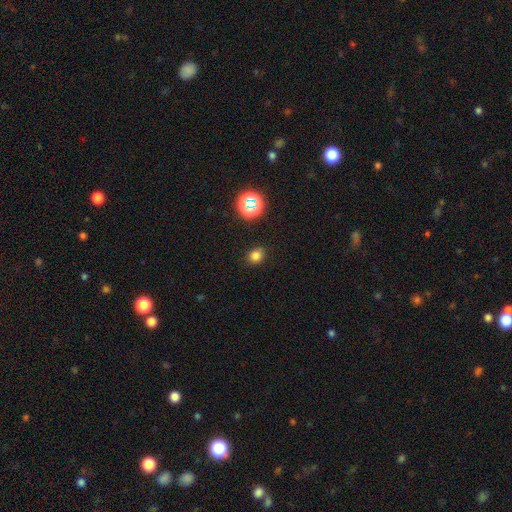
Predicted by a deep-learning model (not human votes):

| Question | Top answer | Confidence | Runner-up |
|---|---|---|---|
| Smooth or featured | smooth | 78% | star or artifact (17%) |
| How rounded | round | 63% | in between (36%) |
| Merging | none | 88% | minor disturbance (9%) |